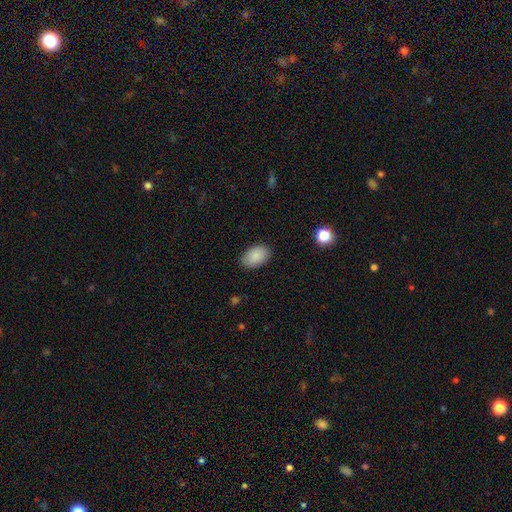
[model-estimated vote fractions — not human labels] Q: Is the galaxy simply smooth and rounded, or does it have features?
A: smooth — 89%.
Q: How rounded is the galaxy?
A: in between — 91%.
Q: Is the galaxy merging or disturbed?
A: none — 86%.